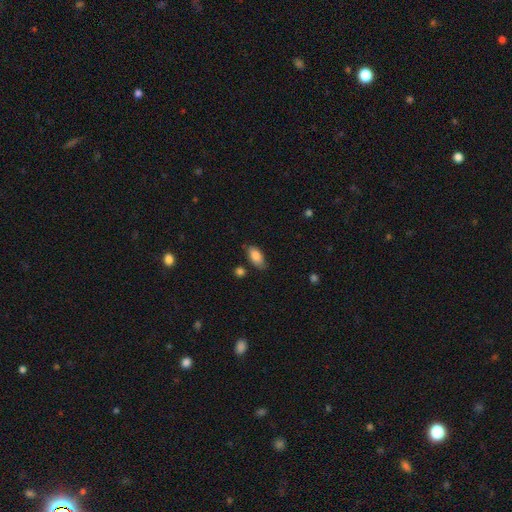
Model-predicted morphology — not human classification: type=smooth (84%); roundness=in between (90%); merging=none (71%).